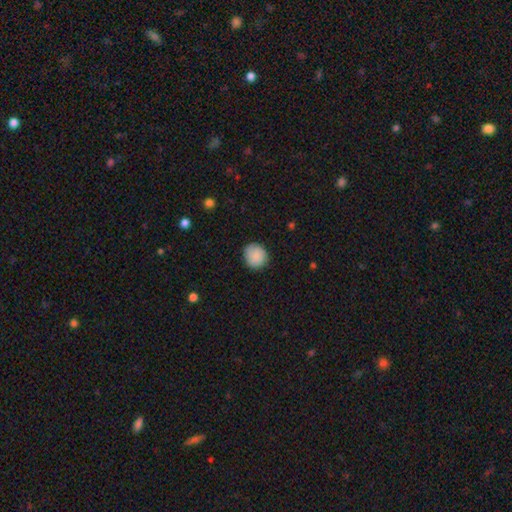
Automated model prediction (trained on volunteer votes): Smooth or featured? Predicted: smooth (p=0.89). How rounded? Predicted: round (p=0.89). Merging? Predicted: none (p=0.87).